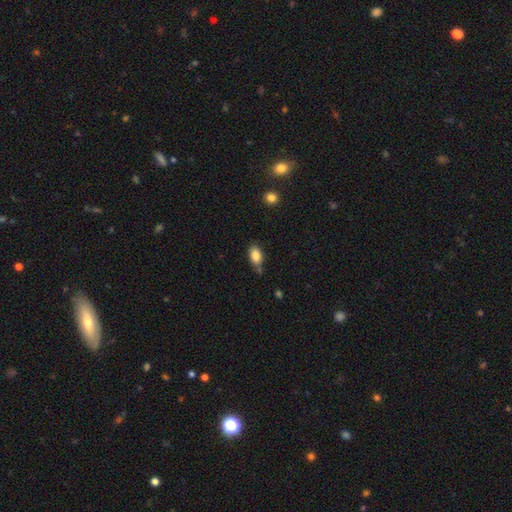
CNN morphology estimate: smooth_or_featured: smooth (p=0.84) [alt: star or artifact p=0.08]
how_rounded: in between (p=0.89) [alt: round p=0.07]
merging: none (p=0.62) [alt: minor disturbance p=0.25]